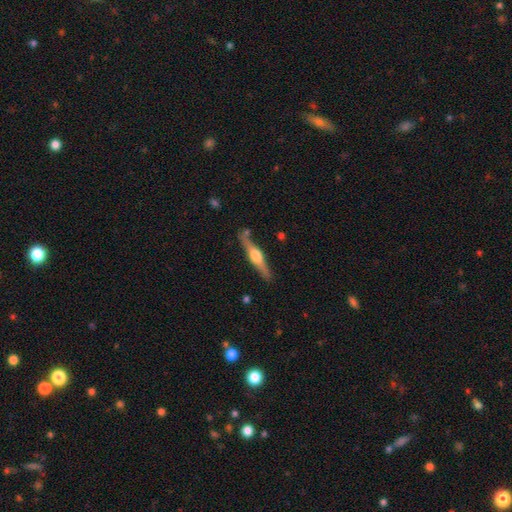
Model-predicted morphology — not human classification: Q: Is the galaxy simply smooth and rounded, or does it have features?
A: featured or disk — 73%.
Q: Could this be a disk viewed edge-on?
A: yes — 97%.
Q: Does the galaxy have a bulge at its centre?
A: rounded — 94%.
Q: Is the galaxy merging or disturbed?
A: none — 82%.